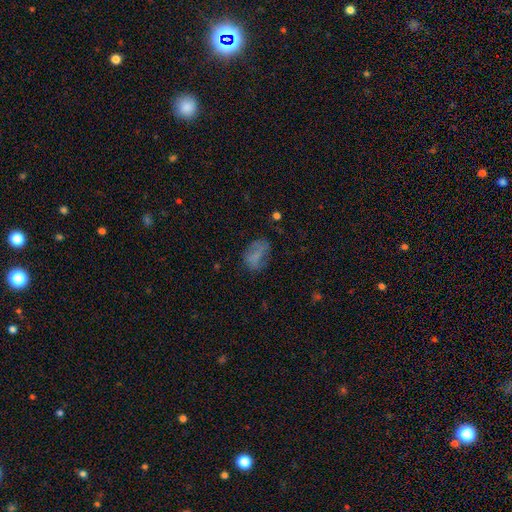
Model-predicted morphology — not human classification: A smooth galaxy with no disk features (64%) that is in between round and cigar-shaped (79%). Merging: none (55%).